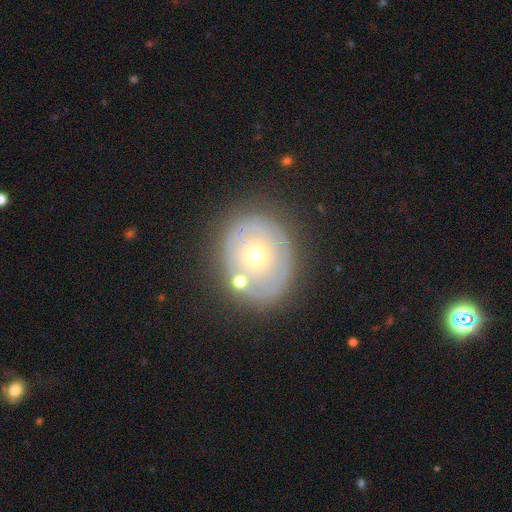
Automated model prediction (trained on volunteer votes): Smooth or featured? featured or disk (57%)
Edge-on disk? no (95%)
Bar? no (91%)
Spiral arms? no (67%)
Bulge size? moderate (52%)
Merging? none (73%)